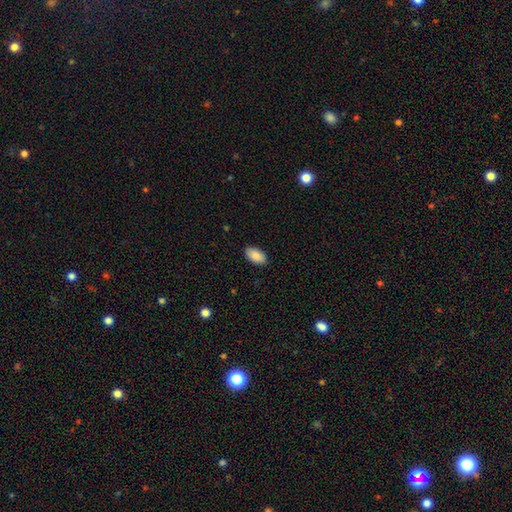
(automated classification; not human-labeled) Overall: smooth (89%). How rounded: in between (95%). Merging: none (89%).